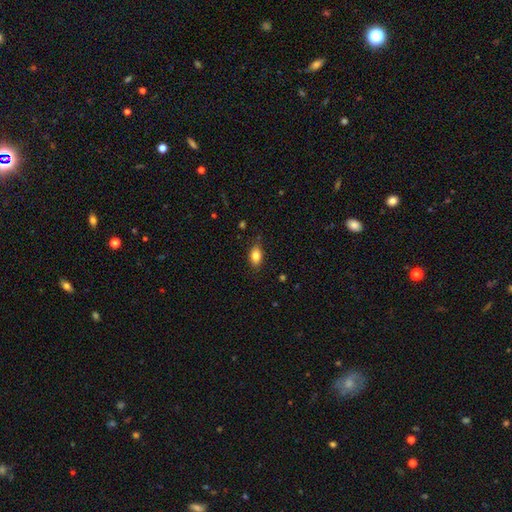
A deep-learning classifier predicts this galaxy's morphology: A smooth galaxy with no disk features (83%) that is in between round and cigar-shaped (86%). Merging: none (81%).